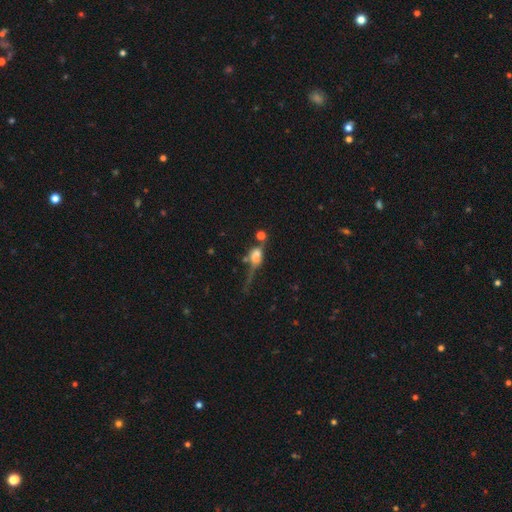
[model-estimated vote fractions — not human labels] Q: Smooth or featured?
A: smooth (44%); runner-up: featured or disk (41%)
Q: Merging?
A: none (33%); runner-up: major disturbance (27%)